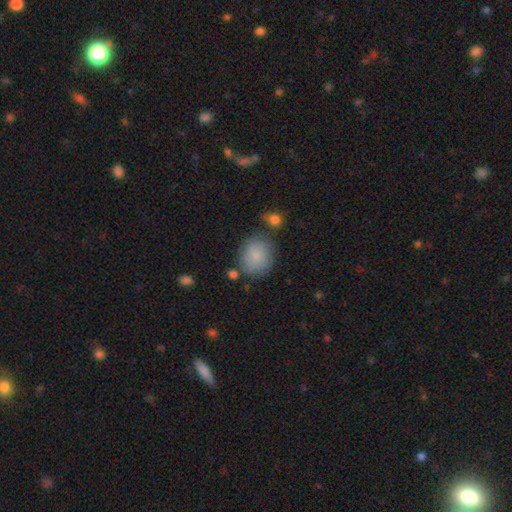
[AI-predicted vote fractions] smooth_or_featured: smooth (p=0.84) [alt: featured or disk p=0.09]
how_rounded: round (p=0.77) [alt: in between p=0.22]
merging: none (p=0.73) [alt: minor disturbance p=0.16]